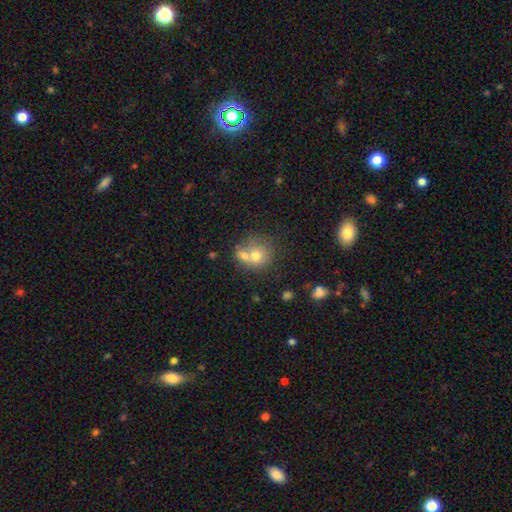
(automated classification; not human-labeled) This is likely a smooth galaxy (69%). How rounded: clearly round (80%). Merging: possibly merger (50%).